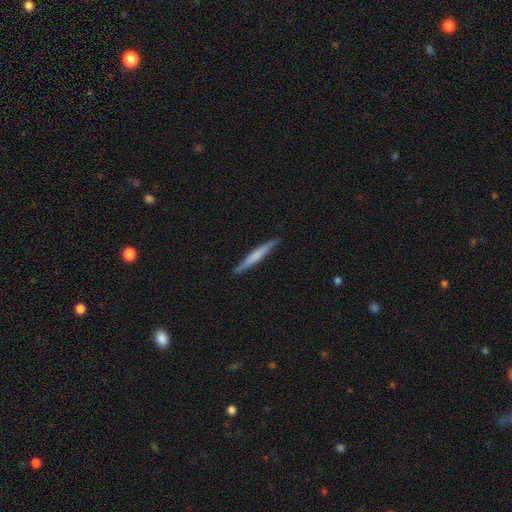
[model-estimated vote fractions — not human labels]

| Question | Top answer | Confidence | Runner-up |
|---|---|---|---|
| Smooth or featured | smooth | 50% | featured or disk (44%) |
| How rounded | cigar-shaped | 96% | in between (3%) |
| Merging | none | 91% | minor disturbance (7%) |